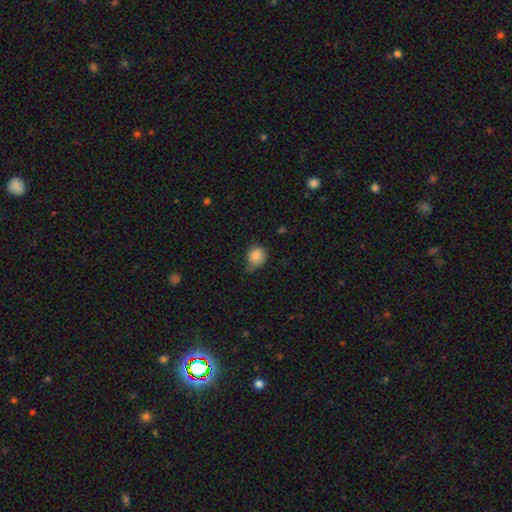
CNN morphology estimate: smooth 84%, star or artifact 9%, featured or disk 6%. Down the decision tree: how rounded — round (69%); merging — none (59%).